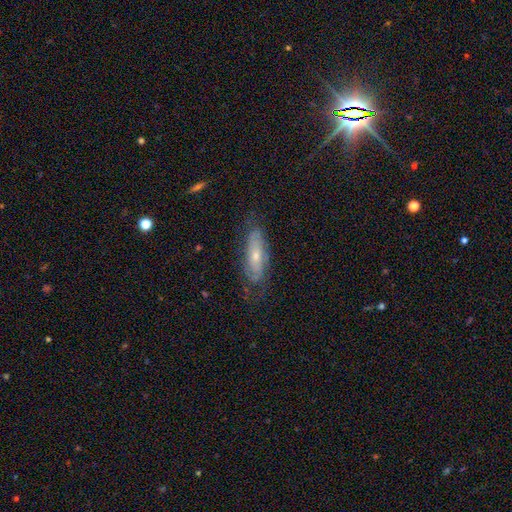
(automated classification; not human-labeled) Morphology: type=featured or disk (61%); edge-on=no (77%); merging=none (64%).